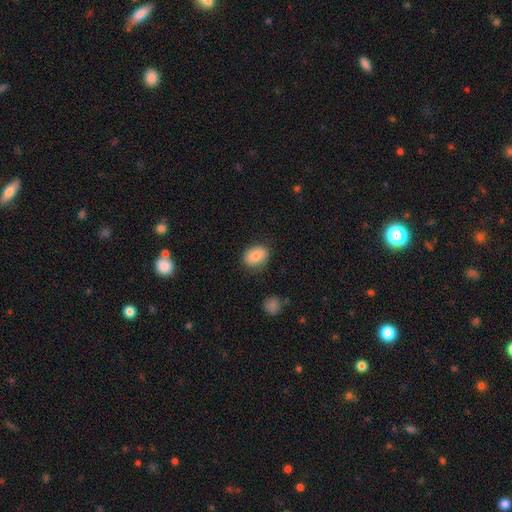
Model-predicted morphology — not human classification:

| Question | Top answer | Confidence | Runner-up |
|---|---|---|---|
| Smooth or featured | smooth | 84% | featured or disk (8%) |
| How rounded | in between | 74% | round (25%) |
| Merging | none | 80% | minor disturbance (14%) |